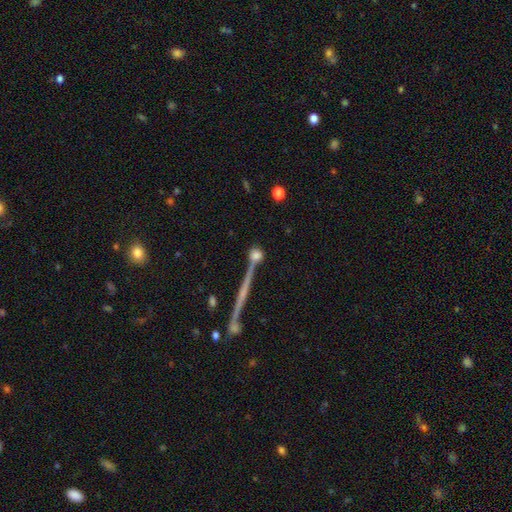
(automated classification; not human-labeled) smooth 72%, featured or disk 16%, star or artifact 12%. Down the decision tree: how rounded — round (82%); merging — none (61%).